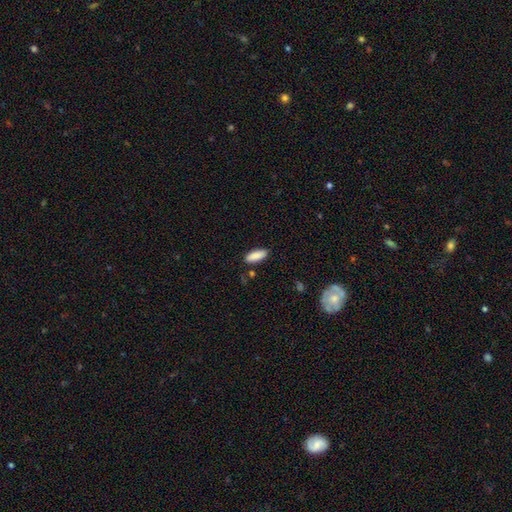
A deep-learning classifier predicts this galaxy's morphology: Smooth or featured? smooth (89%)
How rounded? in between (74%)
Merging? none (84%)